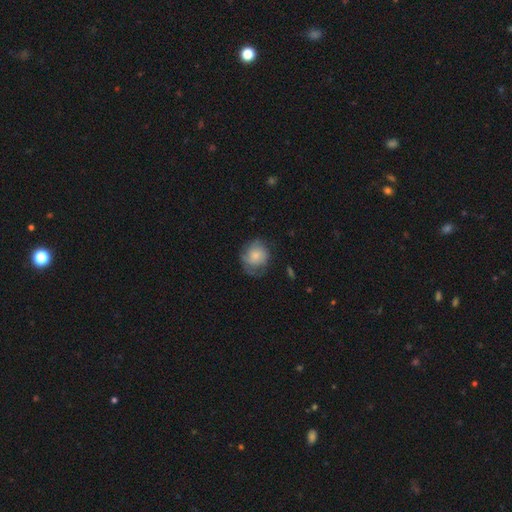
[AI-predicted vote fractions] The model was most divided on "smooth or featured": smooth: 58%, featured or disk: 34%, star or artifact: 8%. More confident: how rounded — round (75%); merging — none (55%).